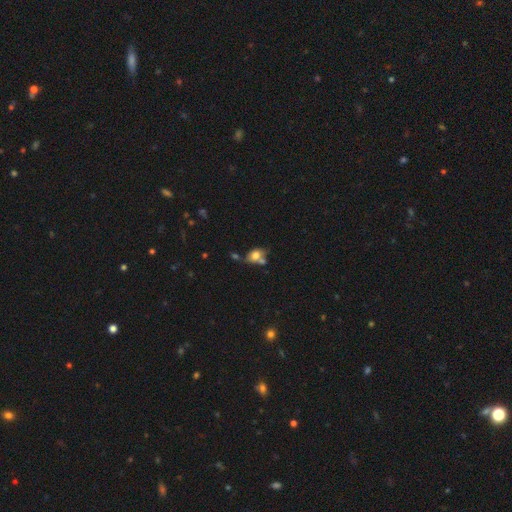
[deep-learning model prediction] This is likely a smooth galaxy (70%). How rounded: likely in between (68%). Merging: marginally none (42%).